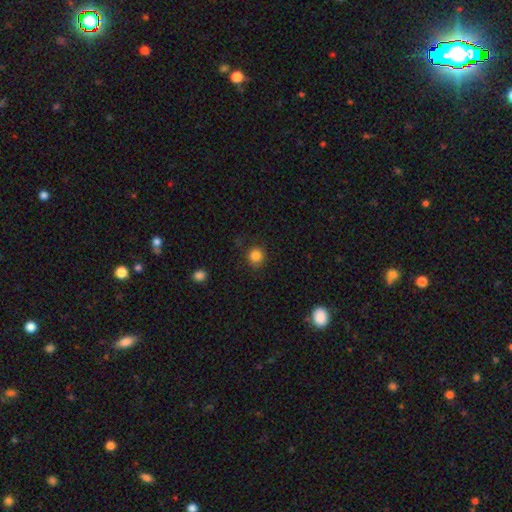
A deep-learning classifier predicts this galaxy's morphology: smooth 84%, star or artifact 11%, featured or disk 4%. Down the decision tree: how rounded — round (90%); merging — none (87%).